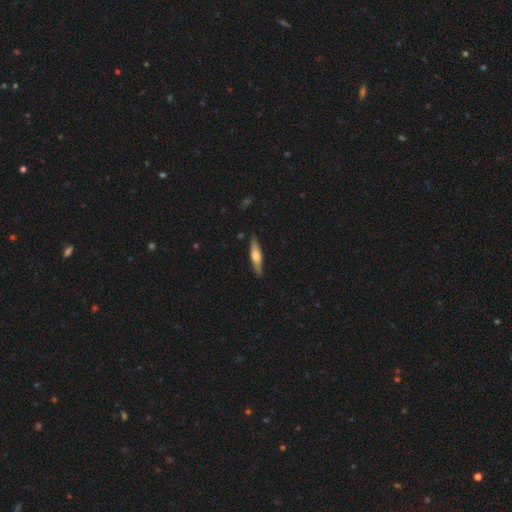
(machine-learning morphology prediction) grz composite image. It shows a featured or disk galaxy (51%) viewed edge-on (93%). Merging: none (87%).